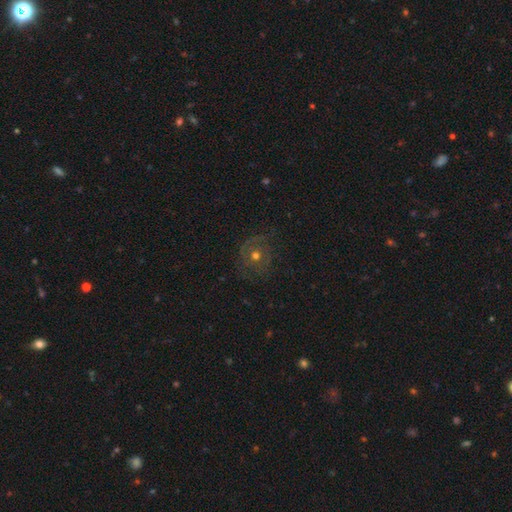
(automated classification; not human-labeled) This appears to be a featured or disk galaxy (50%). Merging: none (72%).